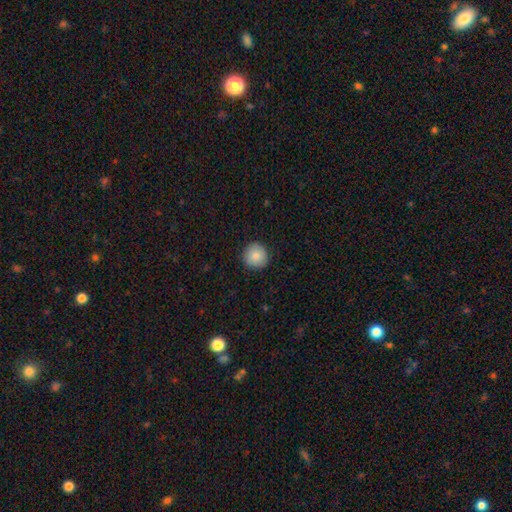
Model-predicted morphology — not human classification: smooth_or_featured: smooth (p=0.85) [alt: star or artifact p=0.08]
how_rounded: round (p=0.94) [alt: in between p=0.05]
merging: none (p=0.90) [alt: minor disturbance p=0.07]